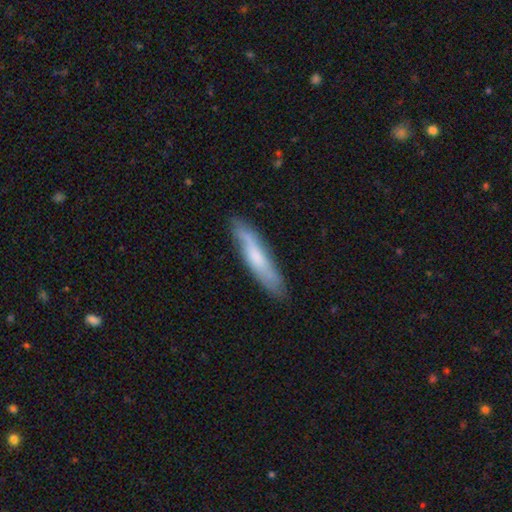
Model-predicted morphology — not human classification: A smooth galaxy with no disk features (54%) that is cigar-shaped (86%). Merging: none (79%).